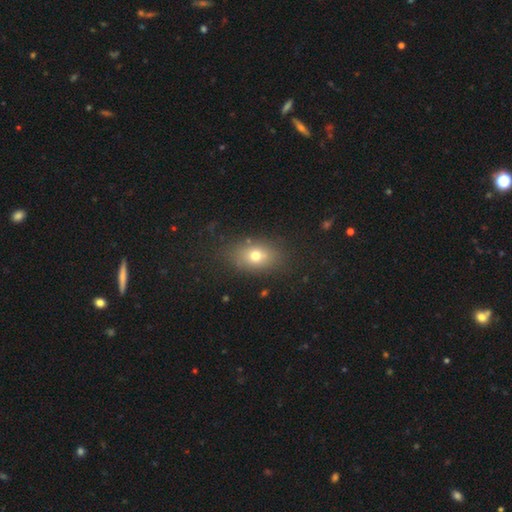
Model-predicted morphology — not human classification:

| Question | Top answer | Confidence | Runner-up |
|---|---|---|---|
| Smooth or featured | smooth | 73% | featured or disk (14%) |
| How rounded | in between | 75% | round (23%) |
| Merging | none | 81% | minor disturbance (12%) |